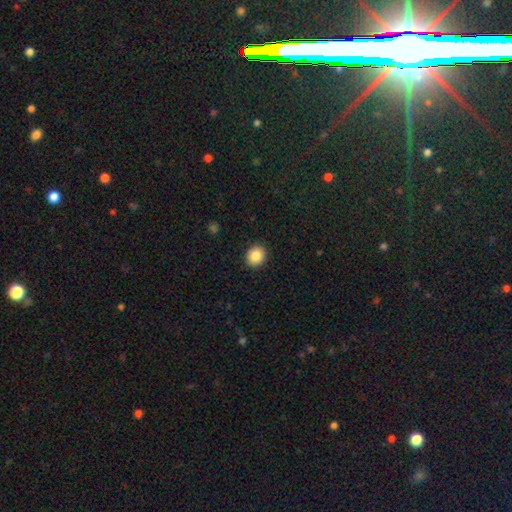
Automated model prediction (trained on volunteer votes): Q: Smooth or featured?
A: smooth (87%); runner-up: star or artifact (9%)
Q: How rounded?
A: round (78%); runner-up: in between (21%)
Q: Merging?
A: none (92%); runner-up: minor disturbance (6%)